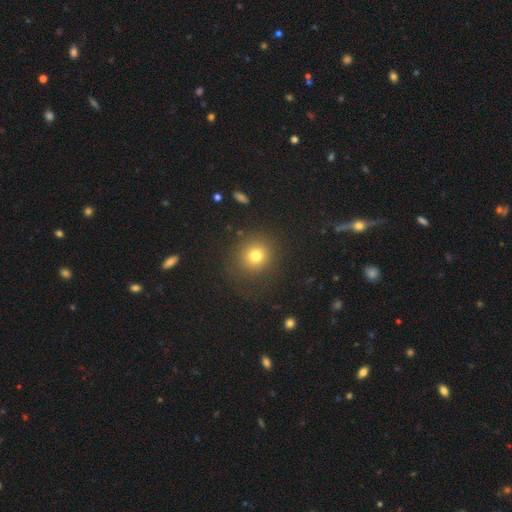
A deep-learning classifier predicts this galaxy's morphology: A smooth galaxy with no disk features (77%) that is round (88%). Merging: none (83%).